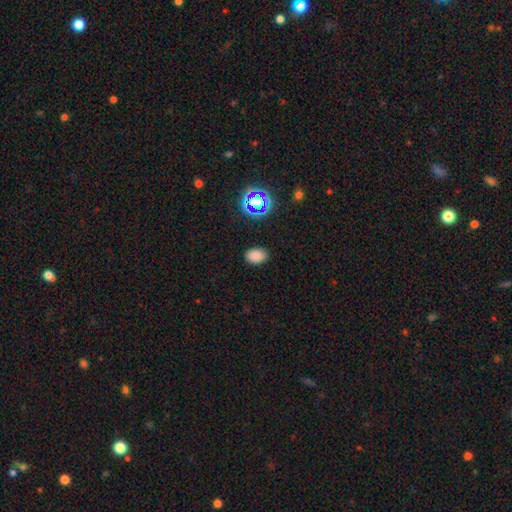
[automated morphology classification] Smooth or featured: smooth — 80% (star or artifact — 15%)
How rounded: in between — 82% (round — 17%)
Merging: none — 87% (minor disturbance — 9%)